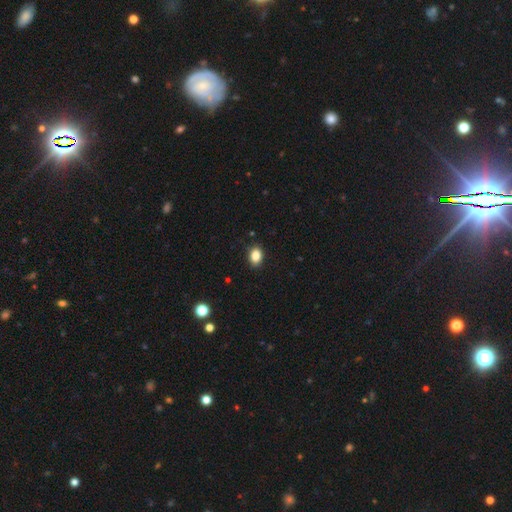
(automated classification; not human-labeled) smooth_or_featured: smooth (p=0.86) [alt: star or artifact p=0.09]
how_rounded: in between (p=0.73) [alt: round p=0.26]
merging: none (p=0.87) [alt: minor disturbance p=0.10]